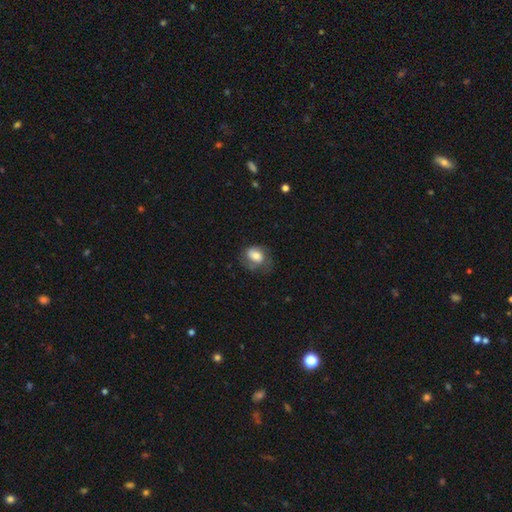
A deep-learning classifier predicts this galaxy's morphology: A smooth galaxy with no disk features (61%) that is in between round and cigar-shaped (65%).

Vote fractions:
- Smooth or featured? smooth: 61% / featured or disk: 30% / star or artifact: 8%
- How rounded? in between: 65% / round: 34% / cigar-shaped: 1%
- Merging? none: 49% / minor disturbance: 28% / major disturbance: 21% / merger: 2%